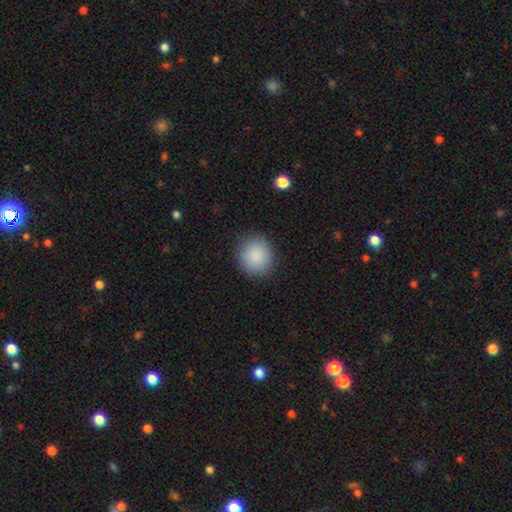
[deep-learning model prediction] Smooth or featured: smooth — 88% (star or artifact — 8%)
How rounded: round — 87% (in between — 12%)
Merging: none — 89% (minor disturbance — 8%)